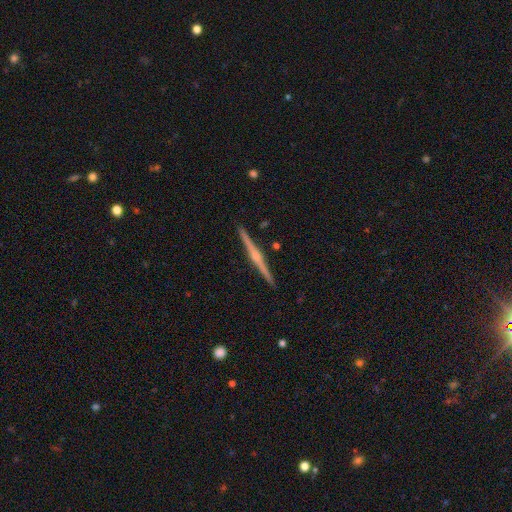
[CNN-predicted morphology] This is clearly a featured or disk galaxy (82%). It is clearly viewed edge-on (99%). Edge-on bulge: clearly rounded (80%). Merging: clearly none (93%).